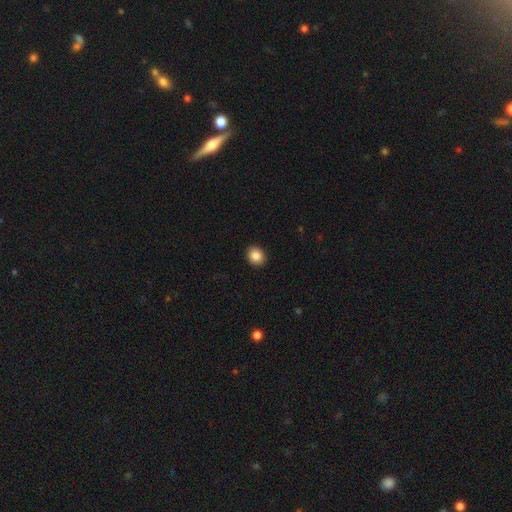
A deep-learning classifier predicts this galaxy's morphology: Smooth or featured? Predicted: smooth (p=0.87). How rounded? Predicted: round (p=0.67). Merging? Predicted: none (p=0.92).